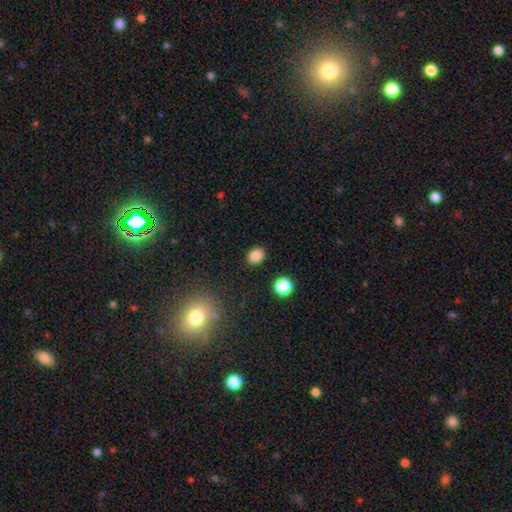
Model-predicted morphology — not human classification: Overall: smooth (84%). How rounded: in between (55%; round 44%). Merging: none (88%).